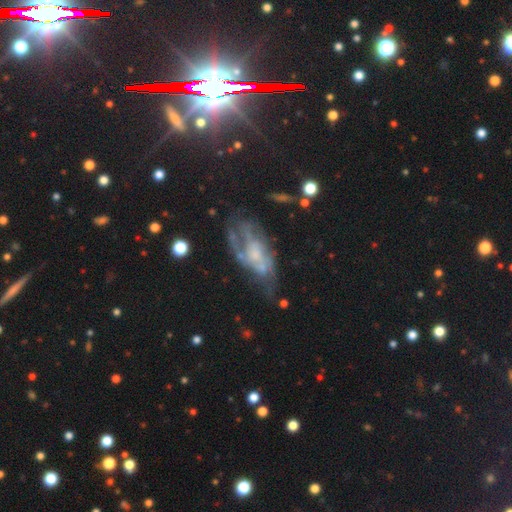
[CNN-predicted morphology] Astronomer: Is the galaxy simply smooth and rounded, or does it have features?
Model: featured or disk — 71%.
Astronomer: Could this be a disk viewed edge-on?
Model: no — 92%.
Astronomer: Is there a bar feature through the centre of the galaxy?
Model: no — 70%.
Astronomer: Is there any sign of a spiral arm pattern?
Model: yes — 67%.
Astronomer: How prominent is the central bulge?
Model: small — 37% (runner-up: moderate, 30%).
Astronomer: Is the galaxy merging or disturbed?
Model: none — 41% (runner-up: major disturbance, 28%).